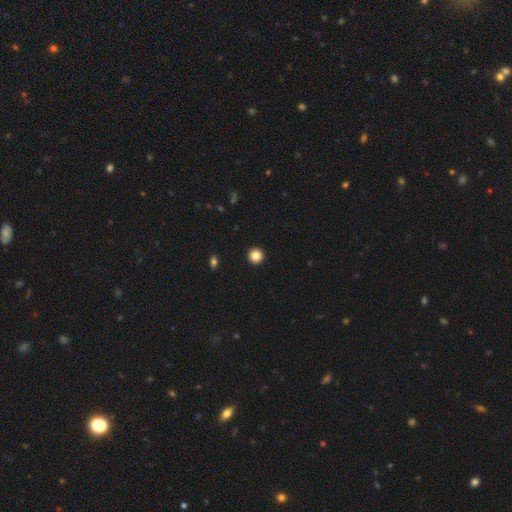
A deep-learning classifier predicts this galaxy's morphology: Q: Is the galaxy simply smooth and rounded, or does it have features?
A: smooth — 86%.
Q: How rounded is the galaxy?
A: round — 96%.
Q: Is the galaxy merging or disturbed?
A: none — 94%.